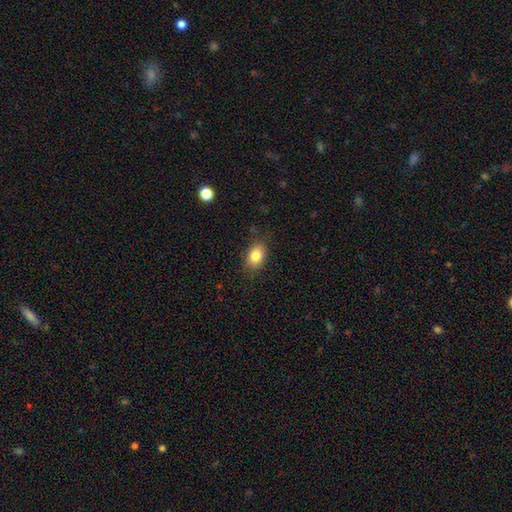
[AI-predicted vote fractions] Smooth or featured?
  - smooth: 83% *
  - star or artifact: 9%
  - featured or disk: 8%
How rounded?
  - in between: 78% *
  - round: 21%
  - cigar-shaped: 1%
Merging?
  - none: 84% *
  - minor disturbance: 12%
  - major disturbance: 3%
  - merger: 1%